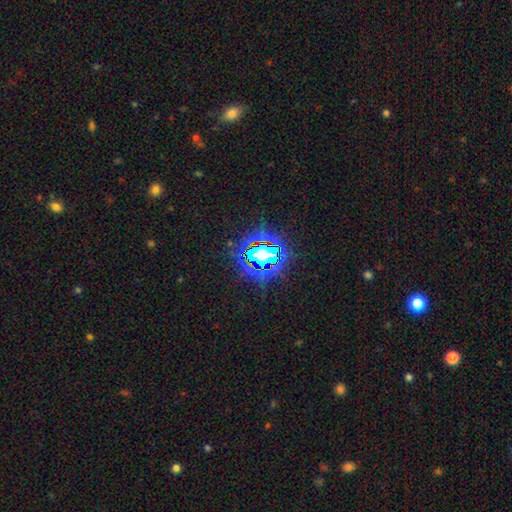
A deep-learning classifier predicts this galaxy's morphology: A star or artifact, not a galaxy (79%).